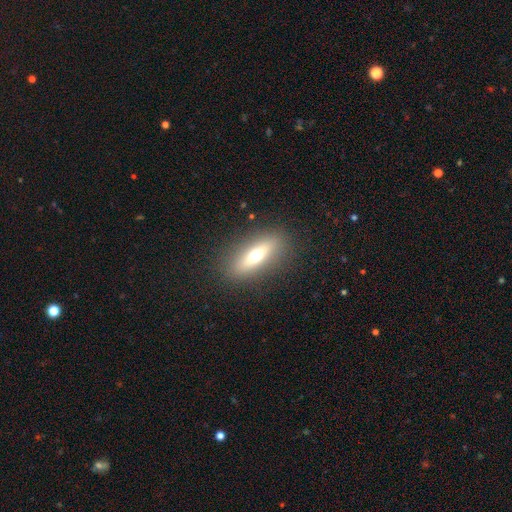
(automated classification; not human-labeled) A smooth galaxy with no disk features (55%) that is in between round and cigar-shaped (50%).

Vote fractions:
- Smooth or featured? smooth: 55% / featured or disk: 36% / star or artifact: 9%
- How rounded? in between: 50% / cigar-shaped: 45% / round: 5%
- Merging? none: 87% / minor disturbance: 8% / major disturbance: 3% / merger: 1%